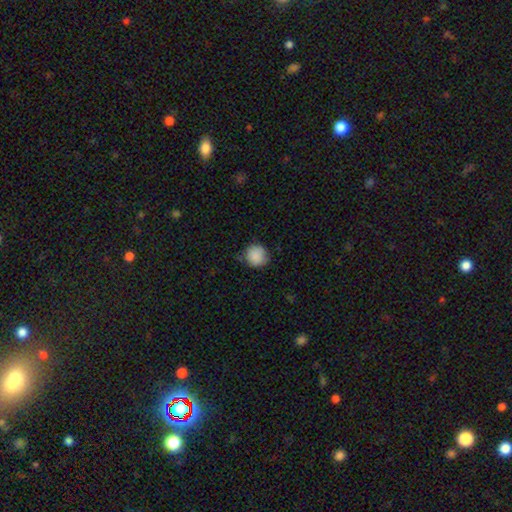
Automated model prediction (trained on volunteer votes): Smooth or featured? Predicted: smooth (p=0.87). How rounded? Predicted: round (p=0.90). Merging? Predicted: none (p=0.74).